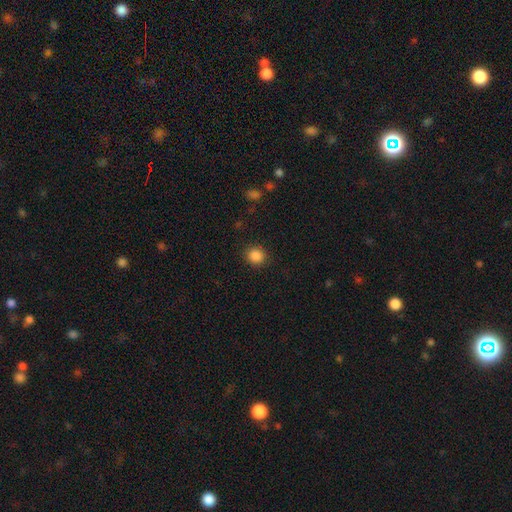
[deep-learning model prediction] smooth_or_featured: smooth (p=0.86) [alt: star or artifact p=0.11]
how_rounded: round (p=0.88) [alt: in between p=0.11]
merging: none (p=0.90) [alt: minor disturbance p=0.06]